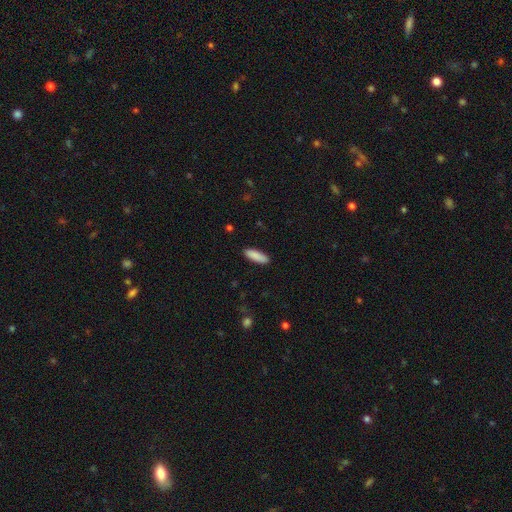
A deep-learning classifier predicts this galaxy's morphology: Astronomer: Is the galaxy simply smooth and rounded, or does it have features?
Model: smooth — 89%.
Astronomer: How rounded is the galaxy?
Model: in between — 54% (runner-up: cigar-shaped, 44%).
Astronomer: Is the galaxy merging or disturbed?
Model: none — 89%.